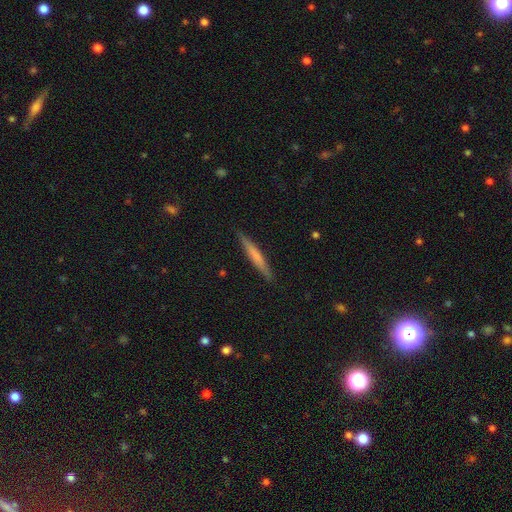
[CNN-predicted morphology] smooth_or_featured: smooth (p=0.57) [alt: featured or disk p=0.37]
how_rounded: cigar-shaped (p=0.95) [alt: in between p=0.03]
merging: none (p=0.90) [alt: minor disturbance p=0.07]